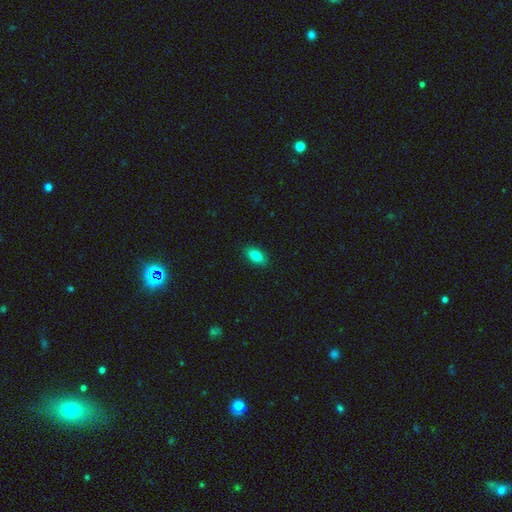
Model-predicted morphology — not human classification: The model was most divided on "smooth or featured": smooth: 83%, featured or disk: 9%, star or artifact: 8%. More confident: merging — none (89%); how rounded — in between (88%).